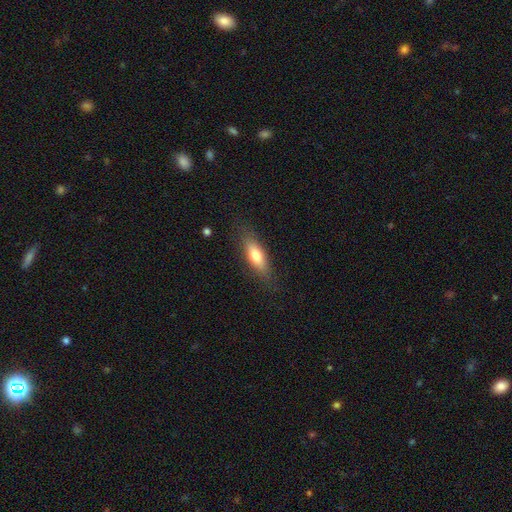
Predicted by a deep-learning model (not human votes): A smooth galaxy with no disk features (71%) that is in between round and cigar-shaped (60%). Merging: none (82%).